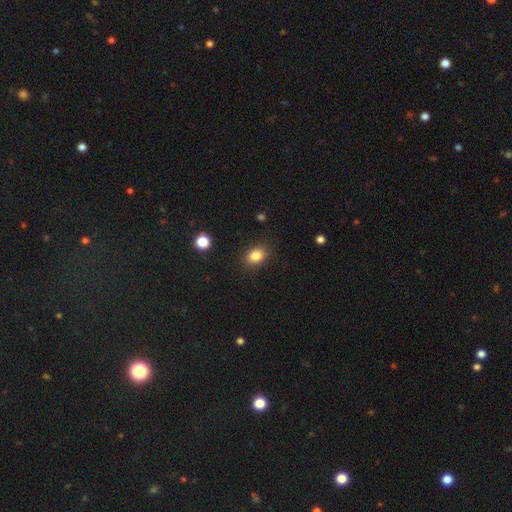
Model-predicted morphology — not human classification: smooth 84%, star or artifact 10%, featured or disk 6%. Down the decision tree: how rounded — in between (67%); merging — none (87%).